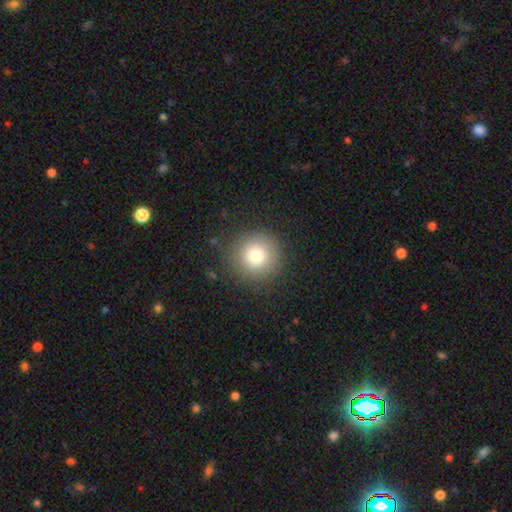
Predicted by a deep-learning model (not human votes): A smooth galaxy with no disk features (77%) that is round (95%).

Vote fractions:
- Smooth or featured? smooth: 77% / star or artifact: 12% / featured or disk: 11%
- How rounded? round: 95% / in between: 4% / cigar-shaped: 1%
- Merging? none: 88% / minor disturbance: 8% / major disturbance: 3% / merger: 1%